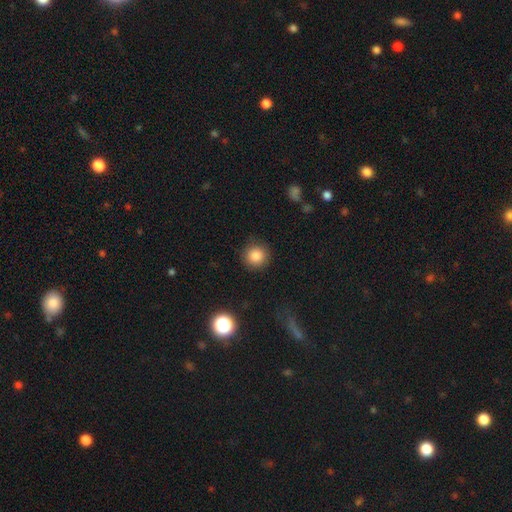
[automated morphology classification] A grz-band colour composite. It shows a smooth galaxy with no disk features (85%) that is round (94%). Merging: none (88%).